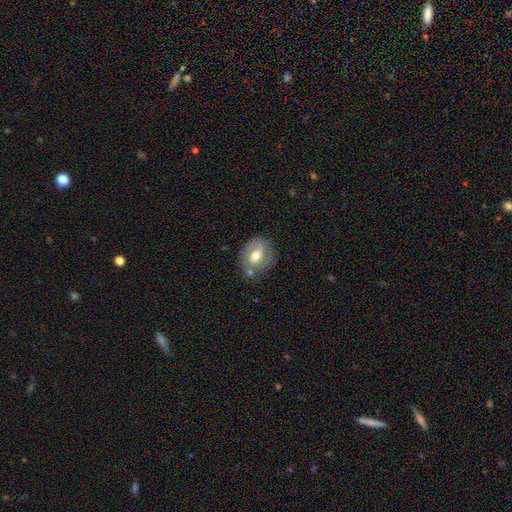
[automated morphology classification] Smooth or featured? Predicted: featured or disk (p=0.60). Edge-on disk? Predicted: no (p=0.95). Bar? Predicted: weak (p=0.44). Spiral arms? Predicted: yes (p=0.68). Bulge size? Predicted: moderate (p=0.72). Merging? Predicted: none (p=0.65).